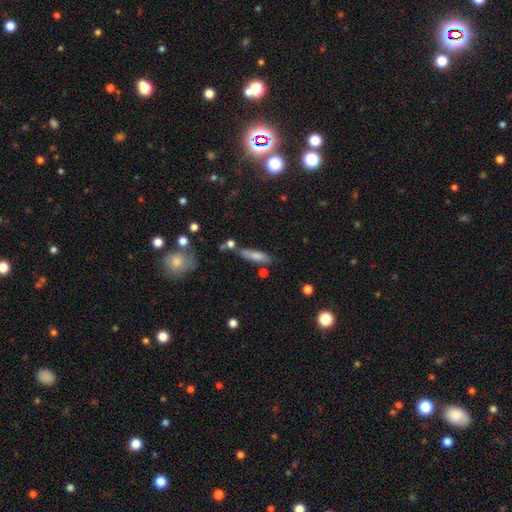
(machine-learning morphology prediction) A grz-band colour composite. It shows a smooth galaxy with no disk features (73%) that is cigar-shaped (60%). Merging: none (60%).